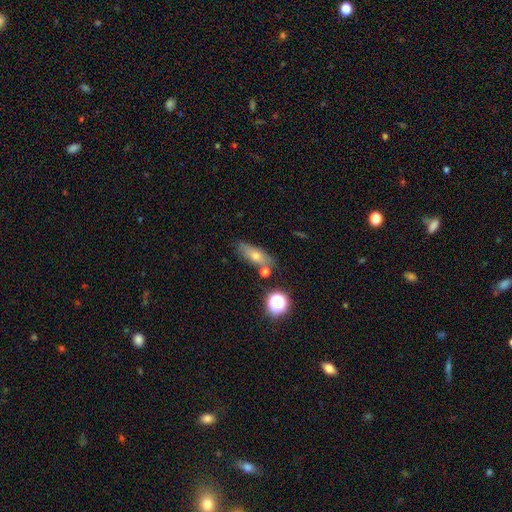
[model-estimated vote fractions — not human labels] Smooth or featured? Predicted: smooth (p=0.58). How rounded? Predicted: in between (p=0.54). Merging? Predicted: none (p=0.73).